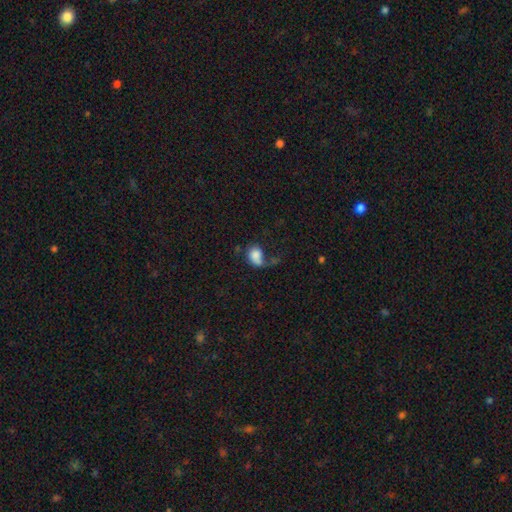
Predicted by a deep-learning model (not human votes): Q: Smooth or featured?
A: smooth (75%); runner-up: featured or disk (16%)
Q: How rounded?
A: round (50%); runner-up: in between (49%)
Q: Merging?
A: major disturbance (35%); runner-up: none (29%)